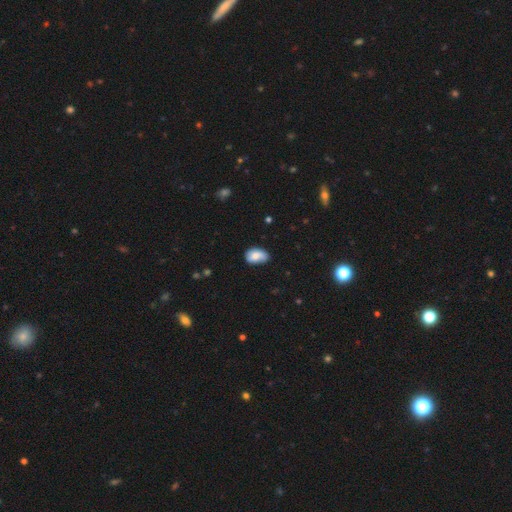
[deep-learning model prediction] This is likely a smooth galaxy (77%). How rounded: clearly in between (86%). Merging: possibly none (52%).